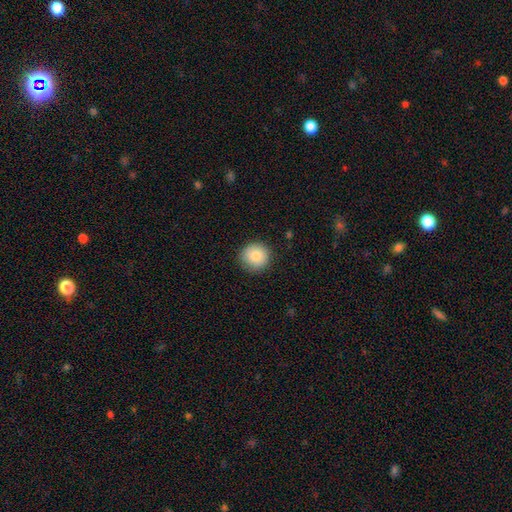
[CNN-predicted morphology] Overall: smooth (85%). How rounded: round (93%). Merging: none (87%).